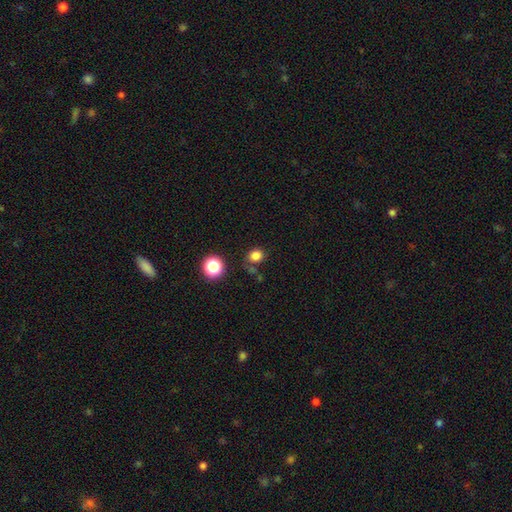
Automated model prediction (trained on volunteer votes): Smooth or featured?
  - smooth: 80% *
  - star or artifact: 15%
  - featured or disk: 5%
How rounded?
  - round: 74% *
  - in between: 25%
  - cigar-shaped: 1%
Merging?
  - none: 73% *
  - minor disturbance: 15%
  - merger: 7%
  - major disturbance: 5%